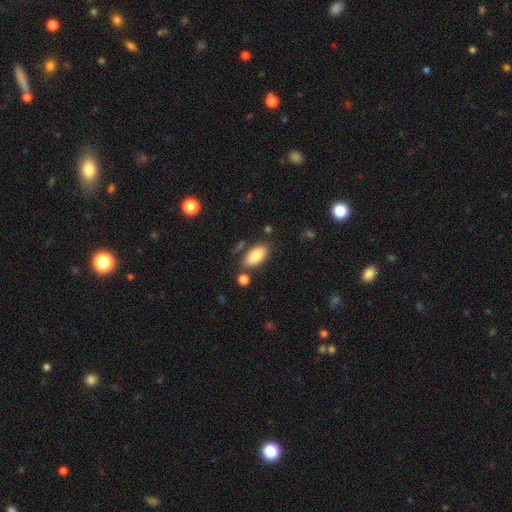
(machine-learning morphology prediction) smooth_or_featured: smooth (p=0.86) [alt: featured or disk p=0.08]
how_rounded: in between (p=0.93) [alt: cigar-shaped p=0.05]
merging: none (p=0.77) [alt: minor disturbance p=0.13]